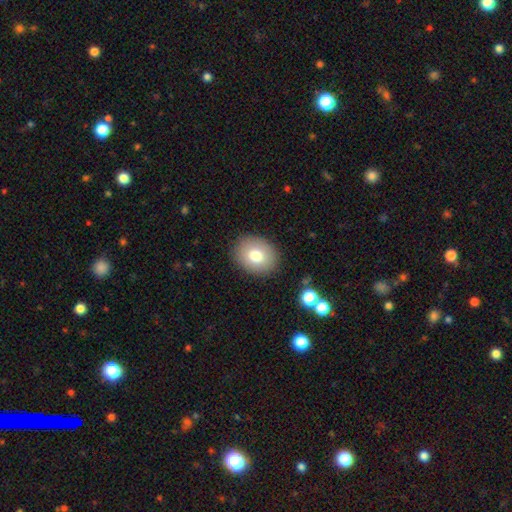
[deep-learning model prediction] A smooth galaxy with no disk features (77%) that is round (56%).

Vote fractions:
- Smooth or featured? smooth: 77% / featured or disk: 13% / star or artifact: 9%
- How rounded? round: 56% / in between: 43% / cigar-shaped: 1%
- Merging? none: 88% / minor disturbance: 8% / major disturbance: 3% / merger: 1%